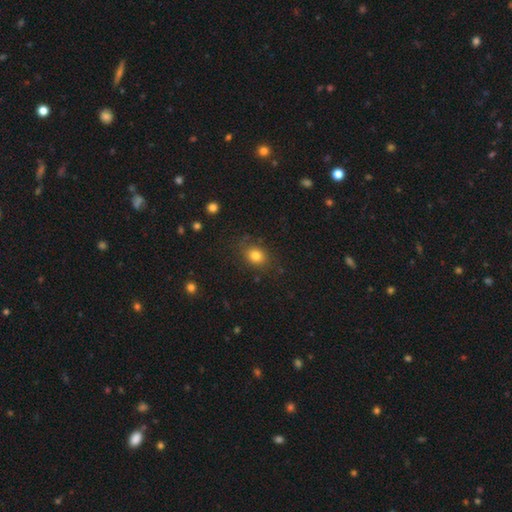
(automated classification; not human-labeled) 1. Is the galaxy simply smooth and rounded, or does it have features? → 80% smooth, 12% star or artifact, 8% featured or disk.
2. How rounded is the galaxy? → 51% in between, 48% round, 1% cigar-shaped.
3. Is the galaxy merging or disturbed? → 80% none, 14% minor disturbance, 5% major disturbance, 2% merger.